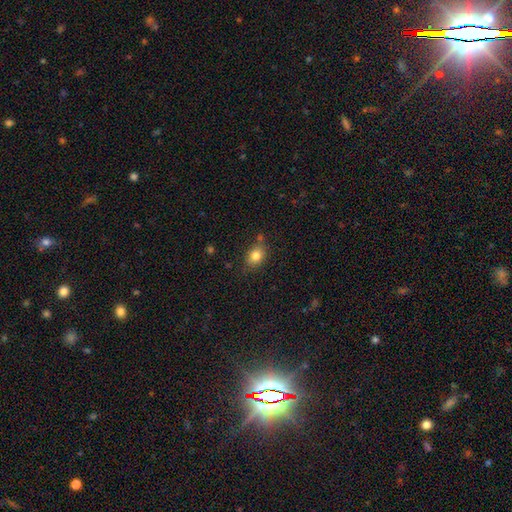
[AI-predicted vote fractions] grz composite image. It shows a smooth galaxy with no disk features (82%) that is in between round and cigar-shaped (58%). Merging: none (71%).